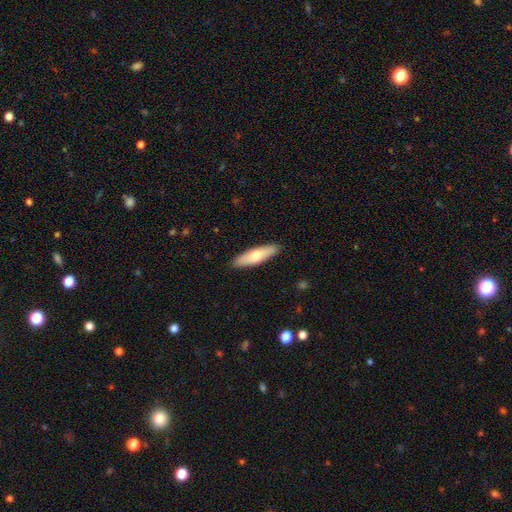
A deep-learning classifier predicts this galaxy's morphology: smooth_or_featured: smooth (p=0.64) [alt: featured or disk p=0.31]
how_rounded: cigar-shaped (p=0.60) [alt: in between p=0.38]
merging: none (p=0.89) [alt: minor disturbance p=0.08]